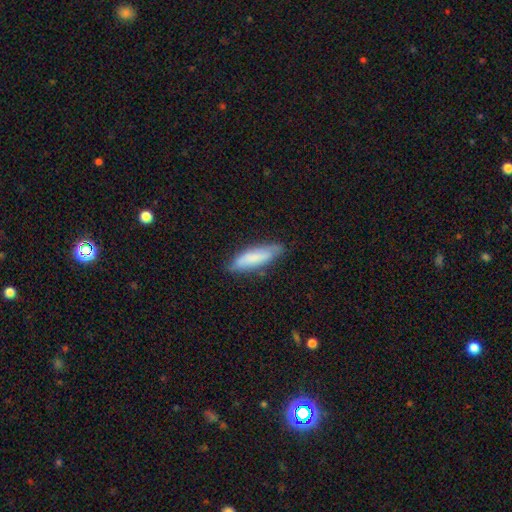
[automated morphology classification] smooth 73%, featured or disk 21%, star or artifact 6%. Down the decision tree: how rounded — cigar-shaped (58%); merging — none (72%).